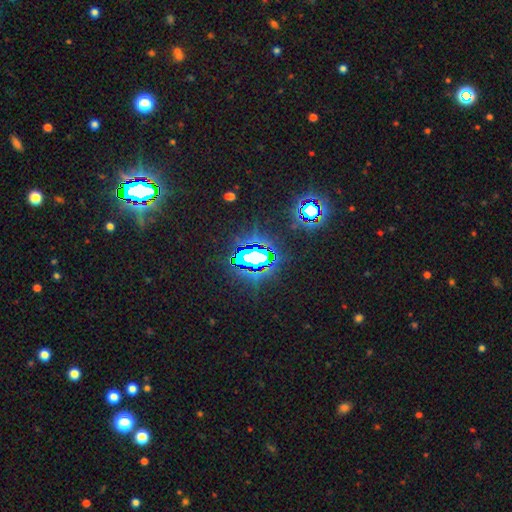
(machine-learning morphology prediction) Smooth or featured? Predicted: star or artifact (p=0.75).